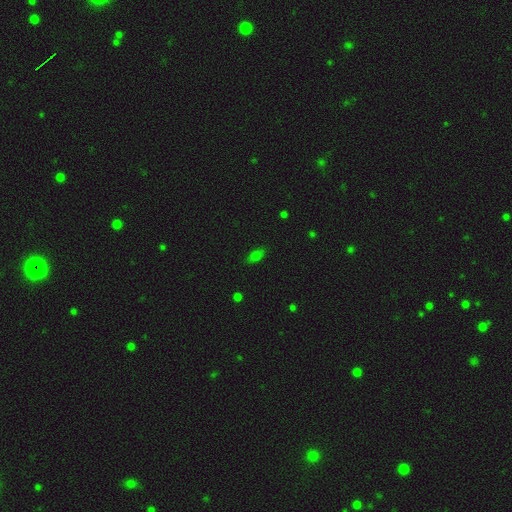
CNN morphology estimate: The model was most divided on "smooth or featured": smooth: 69%, star or artifact: 21%, featured or disk: 10%. More confident: merging — none (82%); how rounded — in between (82%).